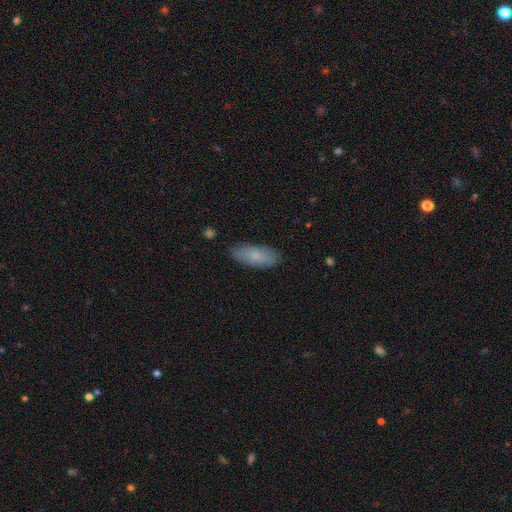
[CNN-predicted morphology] This is likely a smooth galaxy (78%). How rounded: likely in between (75%). Merging: clearly none (83%).